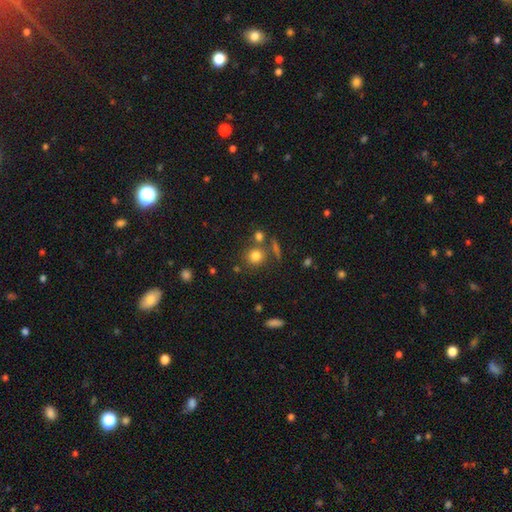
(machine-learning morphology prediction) The model was most divided on "merging": none: 69%, merger: 16%, minor disturbance: 10%, major disturbance: 5%. More confident: how rounded — round (87%); smooth or featured — smooth (78%).